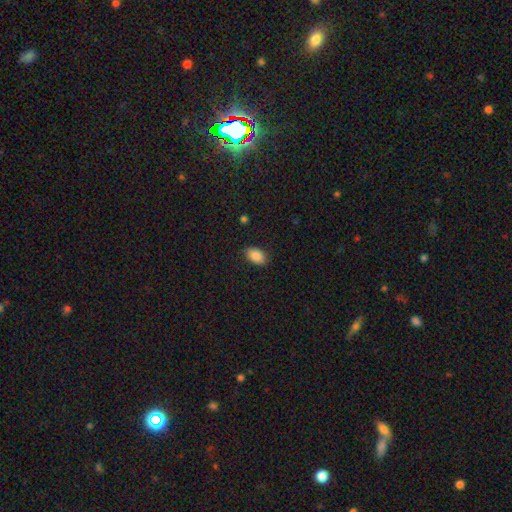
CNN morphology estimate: This is clearly a smooth galaxy (87%). How rounded: clearly in between (89%). Merging: clearly none (87%).